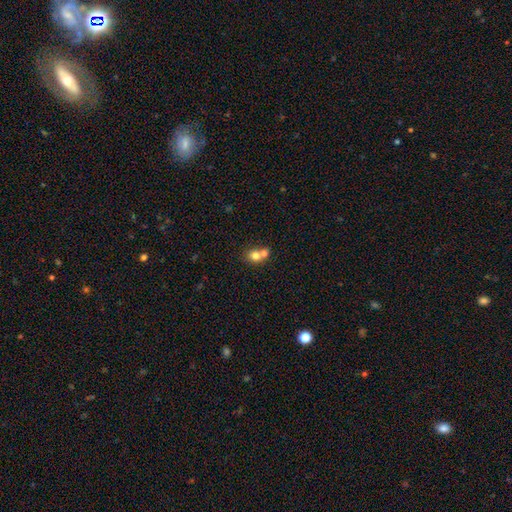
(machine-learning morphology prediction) A smooth galaxy with no disk features (75%) that is round (71%). Merging: merger (54%).